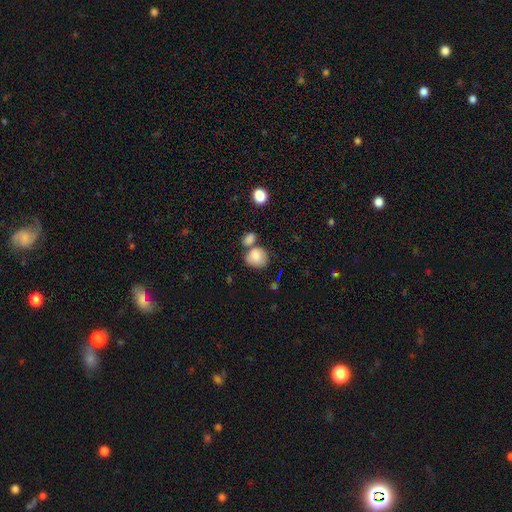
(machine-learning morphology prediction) type=smooth (84%); roundness=round (70%); merging=none (46%).